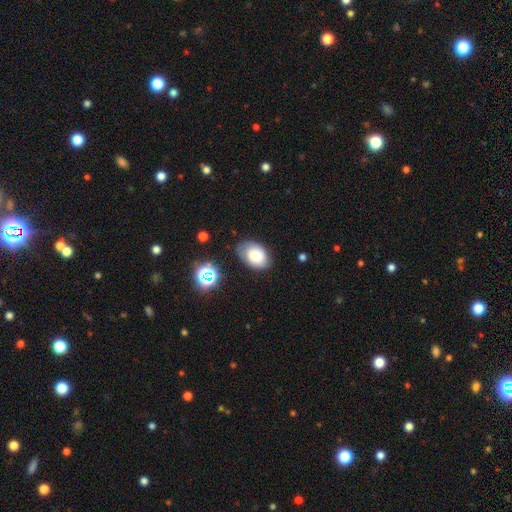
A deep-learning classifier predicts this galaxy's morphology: Smooth or featured? Predicted: smooth (p=0.78). How rounded? Predicted: in between (p=0.86). Merging? Predicted: none (p=0.72).